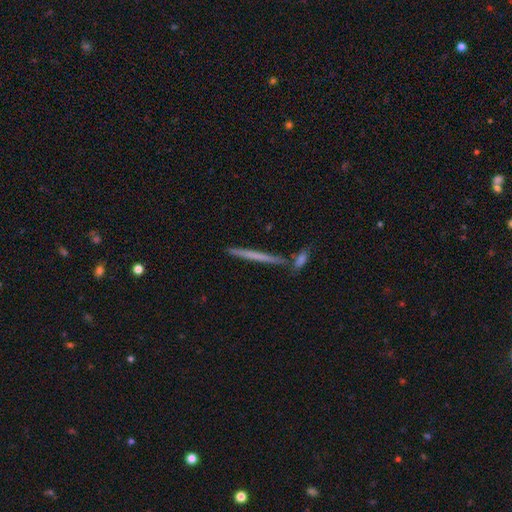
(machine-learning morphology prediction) The model was most divided on "smooth or featured": smooth: 51%, featured or disk: 43%, star or artifact: 6%. More confident: how rounded — cigar-shaped (96%); merging — none (80%).